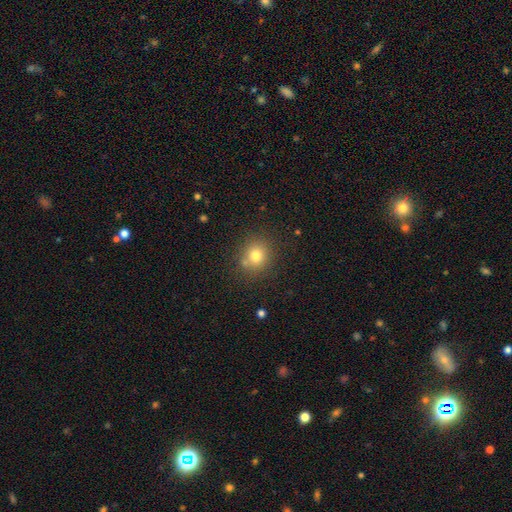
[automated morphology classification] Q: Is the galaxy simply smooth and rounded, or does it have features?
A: smooth — 76%.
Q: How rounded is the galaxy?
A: round — 86%.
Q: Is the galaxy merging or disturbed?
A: none — 78%.